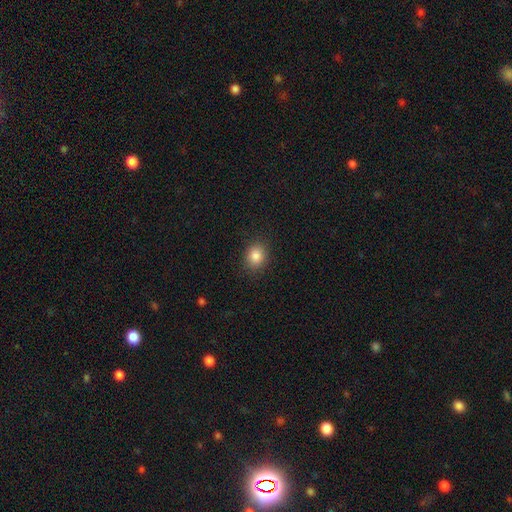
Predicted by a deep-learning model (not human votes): smooth-or-featured: smooth: 84% | star or artifact: 10% | featured or disk: 5%
  how-rounded: round: 63% | in between: 36% | cigar-shaped: 1%
  merging: none: 88% | minor disturbance: 9% | major disturbance: 3% | merger: 1%